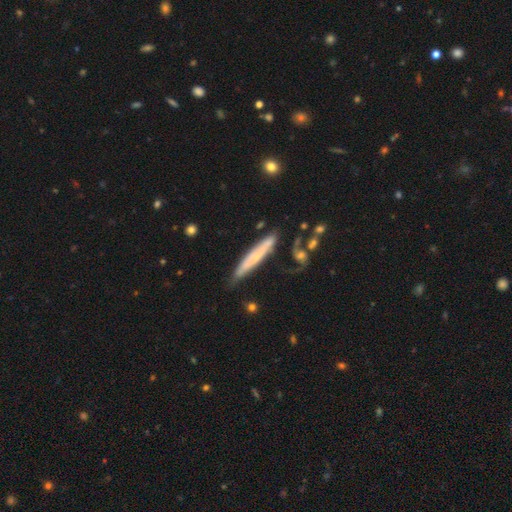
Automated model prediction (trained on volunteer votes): Smooth or featured: smooth — 48% (featured or disk — 46%)
Merging: none — 67% (minor disturbance — 21%)